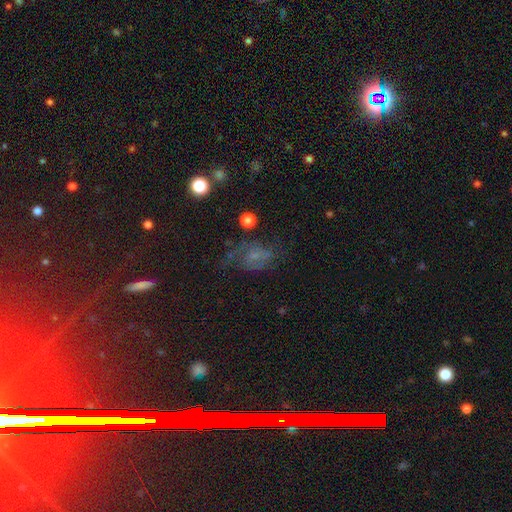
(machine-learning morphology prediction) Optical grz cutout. It shows a featured or disk galaxy (39%). Merging: none (44%).